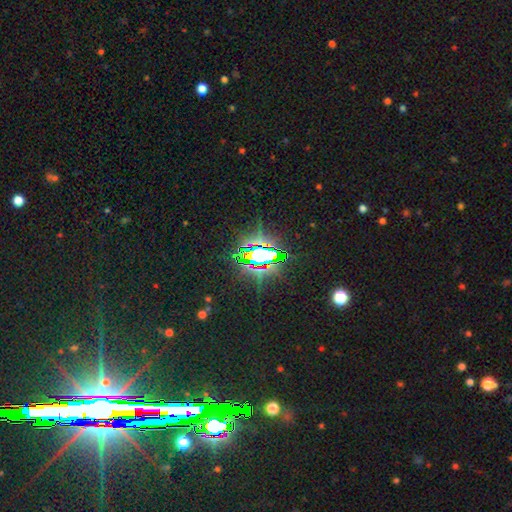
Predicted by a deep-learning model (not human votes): A star or artifact, not a galaxy (81%).